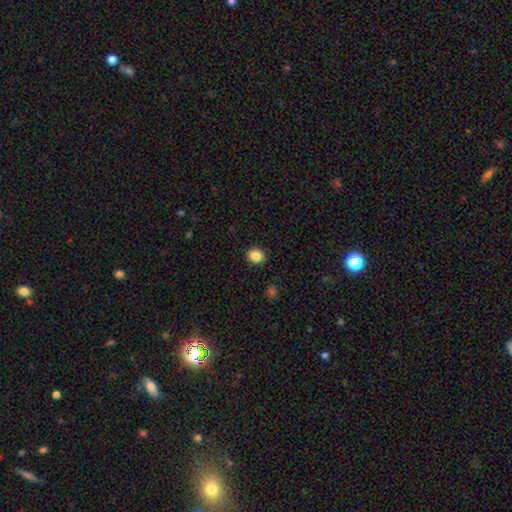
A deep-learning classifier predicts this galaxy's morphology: smooth_or_featured: smooth (p=0.86) [alt: star or artifact p=0.10]
how_rounded: round (p=0.71) [alt: in between p=0.28]
merging: none (p=0.91) [alt: minor disturbance p=0.06]